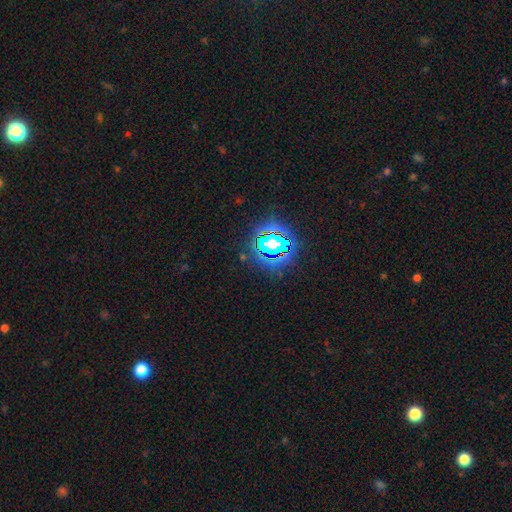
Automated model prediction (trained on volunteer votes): Smooth or featured? Predicted: star or artifact (p=0.83).